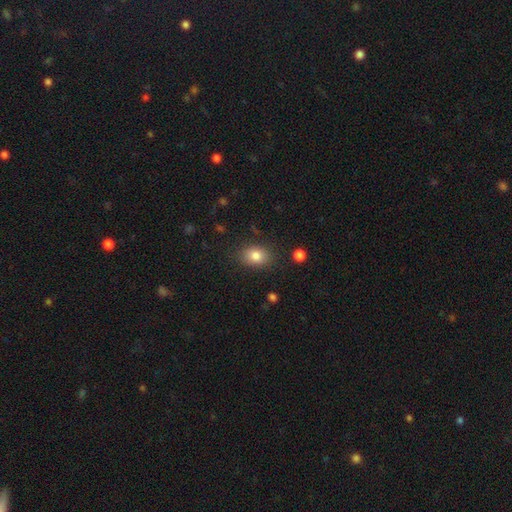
A smooth galaxy with no disk features (87%) that is in between round and cigar-shaped (76%). Merging: none (83%).